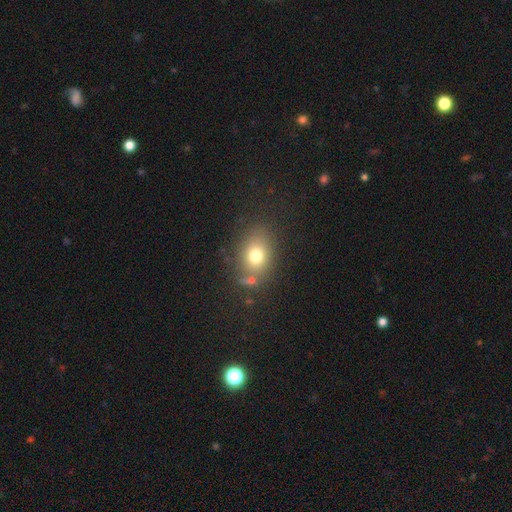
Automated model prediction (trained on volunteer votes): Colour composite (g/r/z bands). It shows a smooth galaxy with no disk features (74%) that is in between round and cigar-shaped (59%). Merging: none (71%).